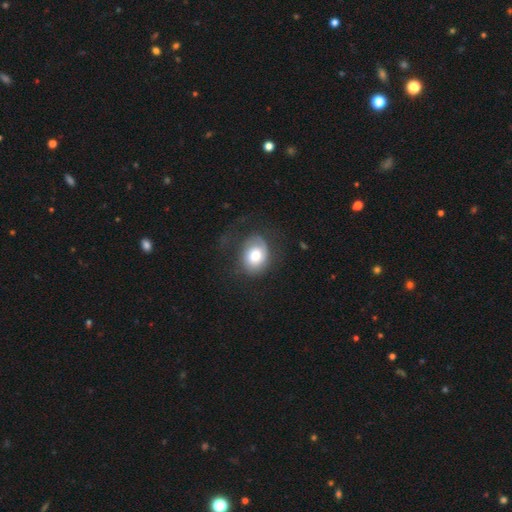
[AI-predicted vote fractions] Smooth or featured: smooth — 55% (featured or disk — 37%)
How rounded: in between — 55% (round — 45%)
Merging: none — 54% (major disturbance — 23%)